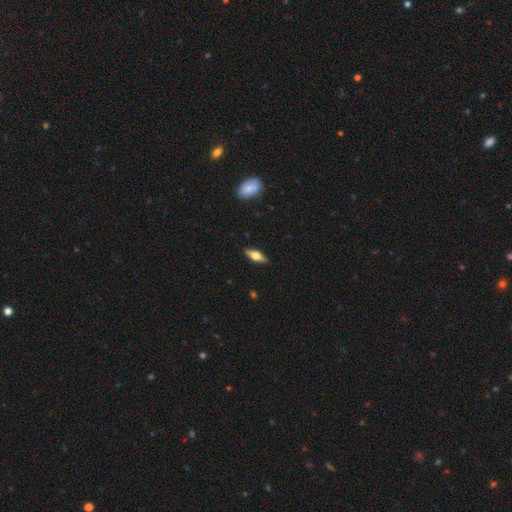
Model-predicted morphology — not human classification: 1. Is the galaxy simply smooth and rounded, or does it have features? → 49% smooth, 45% featured or disk, 6% star or artifact.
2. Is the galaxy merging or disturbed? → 88% none, 9% minor disturbance, 2% major disturbance, 1% merger.